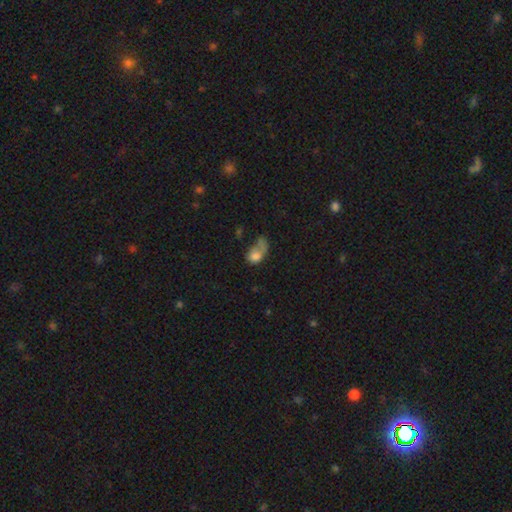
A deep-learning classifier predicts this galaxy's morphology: smooth-or-featured: smooth: 71% | featured or disk: 18% | star or artifact: 11%
  how-rounded: in between: 74% | round: 24% | cigar-shaped: 2%
  merging: major disturbance: 40% | merger: 24% | minor disturbance: 18% | none: 18%